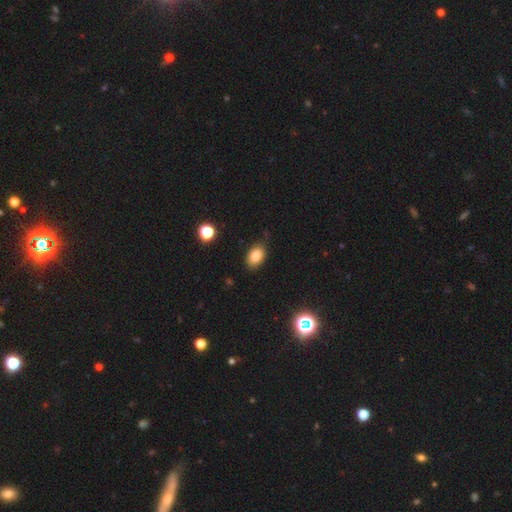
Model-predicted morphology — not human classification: A smooth galaxy with no disk features (84%) that is in between round and cigar-shaped (88%). Merging: none (82%).